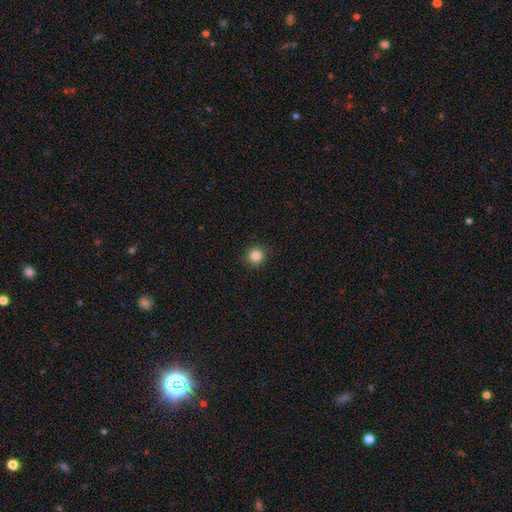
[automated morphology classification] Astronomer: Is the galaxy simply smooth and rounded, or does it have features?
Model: smooth — 84%.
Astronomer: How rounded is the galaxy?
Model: round — 92%.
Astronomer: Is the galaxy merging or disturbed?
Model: none — 92%.